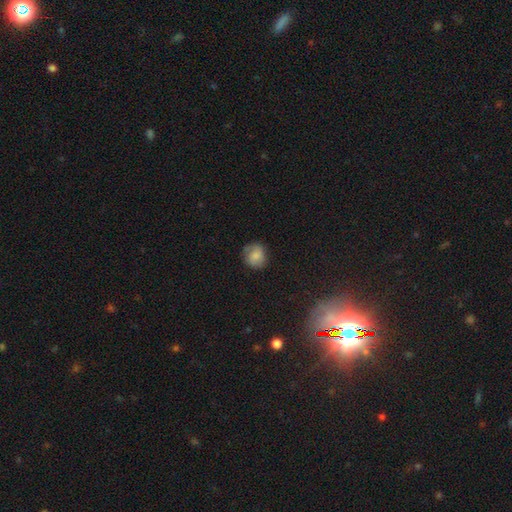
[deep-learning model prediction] Smooth or featured: smooth — 74% (featured or disk — 16%)
How rounded: round — 78% (in between — 21%)
Merging: none — 69% (minor disturbance — 23%)